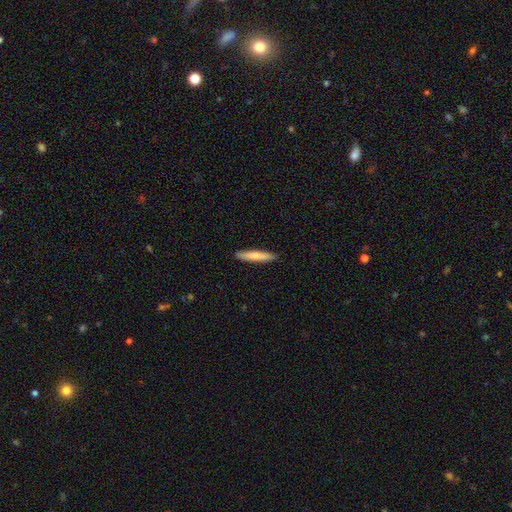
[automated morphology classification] Overall: smooth (72%). How rounded: cigar-shaped (90%). Merging: none (91%).